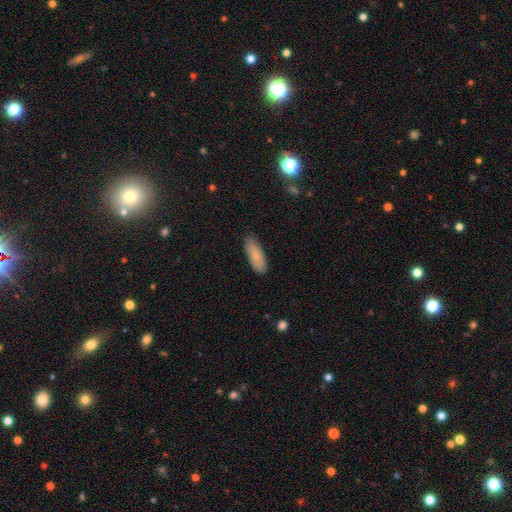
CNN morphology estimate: smooth 82%, featured or disk 12%, star or artifact 6%. Down the decision tree: how rounded — in between (68%); merging — none (84%).